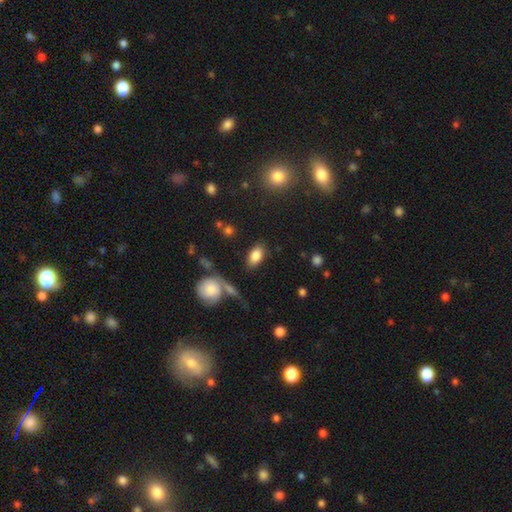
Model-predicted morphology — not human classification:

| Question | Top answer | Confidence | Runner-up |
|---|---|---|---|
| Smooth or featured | smooth | 83% | star or artifact (9%) |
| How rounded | in between | 90% | round (7%) |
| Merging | none | 80% | minor disturbance (11%) |